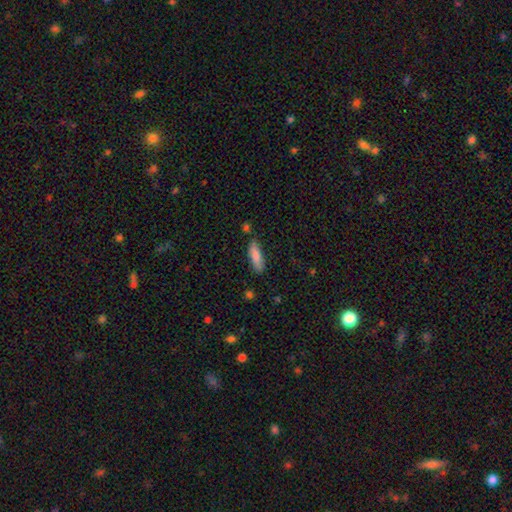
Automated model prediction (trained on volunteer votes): This is clearly a smooth galaxy (85%). How rounded: possibly cigar-shaped (52%). Merging: likely none (77%).